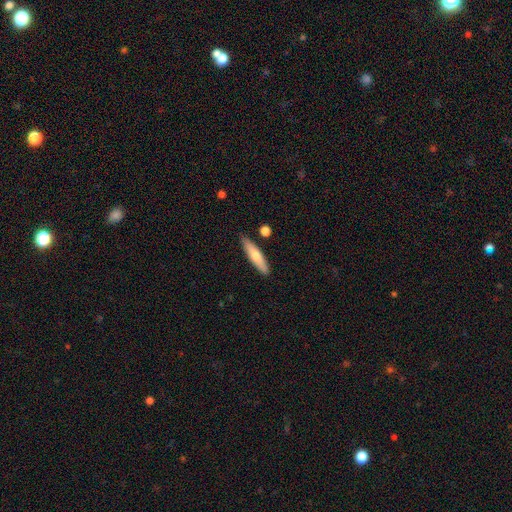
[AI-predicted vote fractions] The model was most divided on "smooth or featured": smooth: 66%, featured or disk: 28%, star or artifact: 6%. More confident: merging — none (84%); how rounded — cigar-shaped (76%).